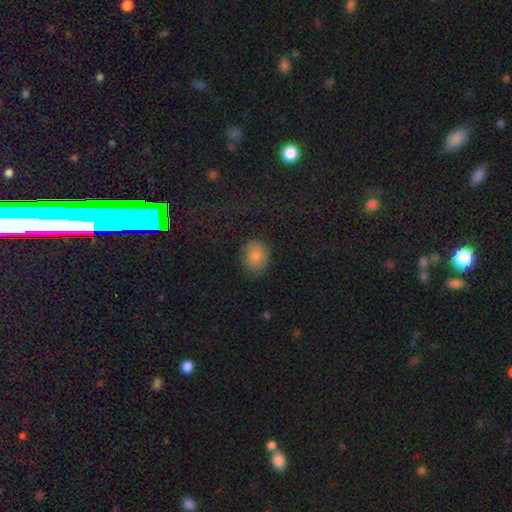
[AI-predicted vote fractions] A smooth galaxy with no disk features (81%) that is round (55%).

Vote fractions:
- Smooth or featured? smooth: 81% / star or artifact: 10% / featured or disk: 9%
- How rounded? round: 55% / in between: 44% / cigar-shaped: 1%
- Merging? none: 75% / minor disturbance: 19% / major disturbance: 5% / merger: 1%